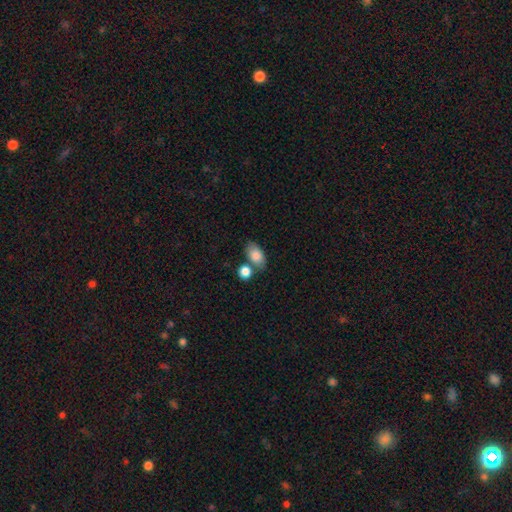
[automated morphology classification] Overall: smooth (82%). How rounded: in between (87%). Merging: none (58%; merger 23%).